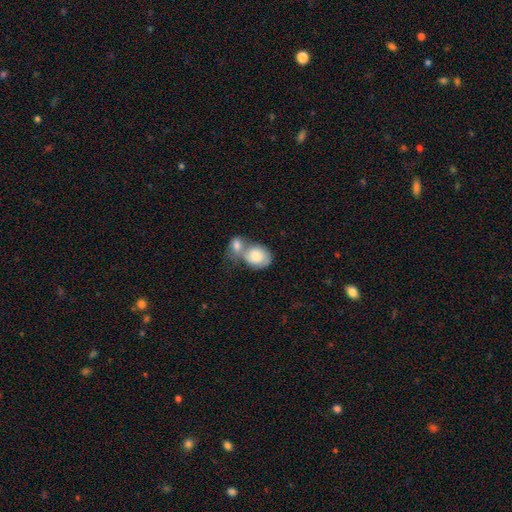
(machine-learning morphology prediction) Smooth or featured? Predicted: smooth (p=0.74). How rounded? Predicted: in between (p=0.58). Merging? Predicted: merger (p=0.69).